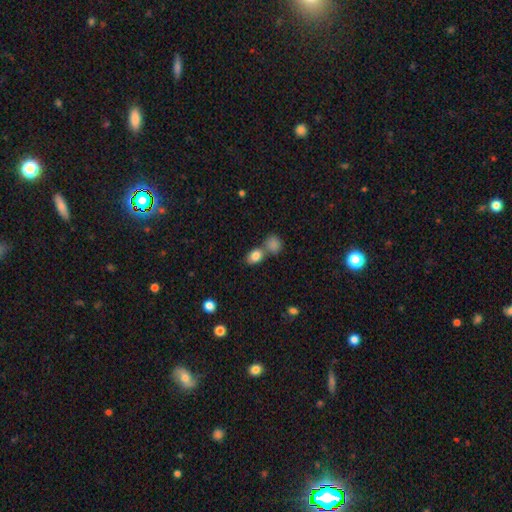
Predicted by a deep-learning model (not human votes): This appears to be a smooth galaxy with no disk features (84%) that is in between round and cigar-shaped (73%). Merging: none (46%).